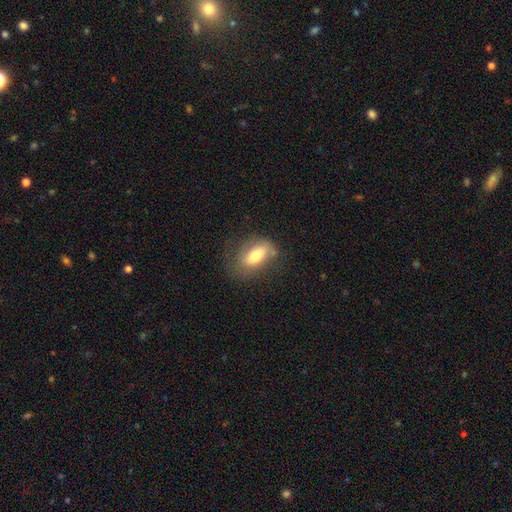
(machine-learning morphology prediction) Q: Smooth or featured?
A: smooth (65%); runner-up: featured or disk (27%)
Q: How rounded?
A: in between (84%); runner-up: round (8%)
Q: Merging?
A: none (61%); runner-up: minor disturbance (24%)